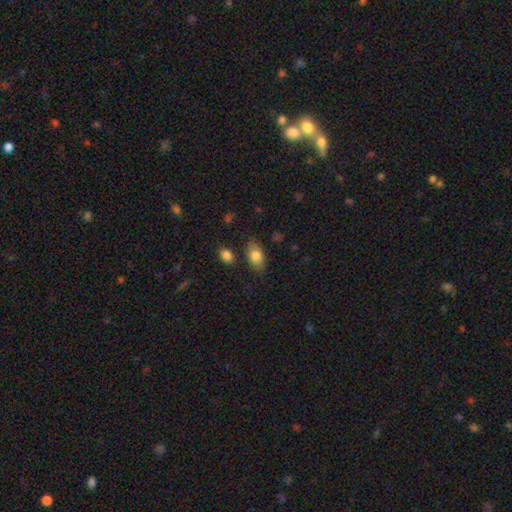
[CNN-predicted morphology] smooth_or_featured: smooth (p=0.81) [alt: featured or disk p=0.12]
how_rounded: in between (p=0.89) [alt: round p=0.07]
merging: none (p=0.80) [alt: minor disturbance p=0.13]